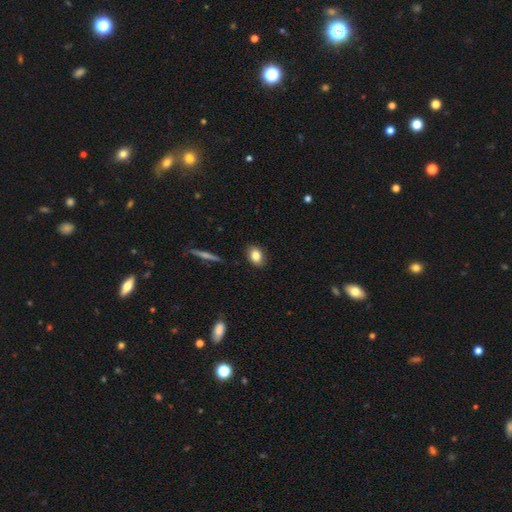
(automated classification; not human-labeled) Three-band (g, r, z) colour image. It shows a smooth galaxy with no disk features (82%) that is in between round and cigar-shaped (74%). Merging: none (87%).